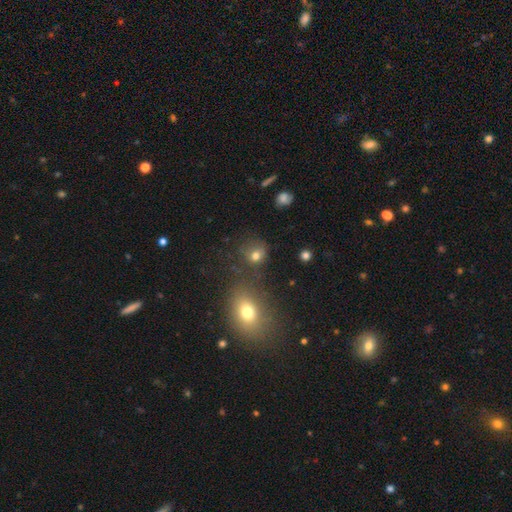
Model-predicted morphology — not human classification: smooth_or_featured: smooth (p=0.74) [alt: star or artifact p=0.17]
how_rounded: round (p=0.73) [alt: in between p=0.26]
merging: none (p=0.63) [alt: minor disturbance p=0.15]